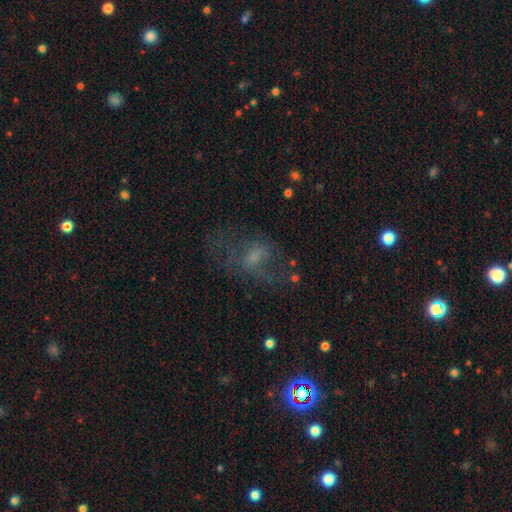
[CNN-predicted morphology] smooth-or-featured: featured or disk: 42% | smooth: 40% | star or artifact: 18%
  merging: none: 43% | major disturbance: 35% | minor disturbance: 19% | merger: 3%